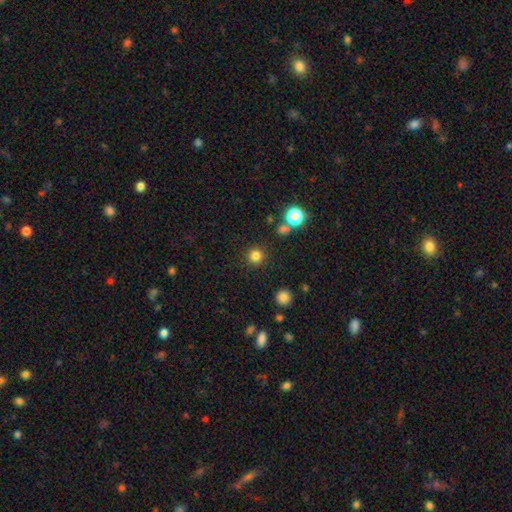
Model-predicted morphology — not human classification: A smooth galaxy with no disk features (80%) that is round (95%).

Vote fractions:
- Smooth or featured? smooth: 80% / star or artifact: 15% / featured or disk: 5%
- How rounded? round: 95% / in between: 4% / cigar-shaped: 1%
- Merging? none: 90% / minor disturbance: 6% / major disturbance: 2% / merger: 2%